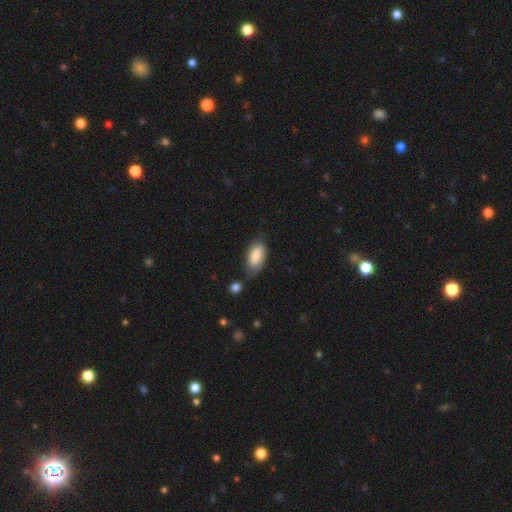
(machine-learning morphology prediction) Smooth or featured? Predicted: smooth (p=0.74). How rounded? Predicted: in between (p=0.92). Merging? Predicted: none (p=0.55).